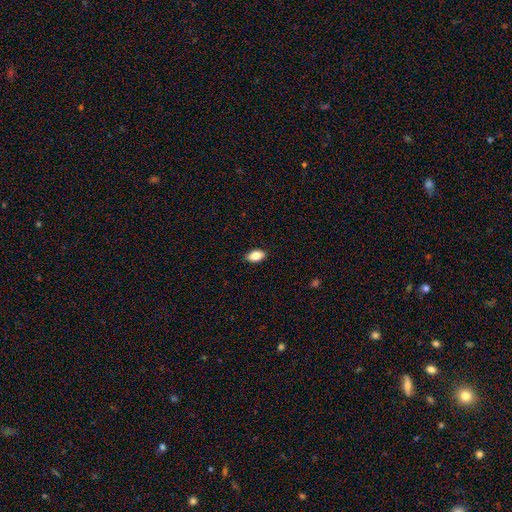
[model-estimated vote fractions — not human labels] smooth 85%, star or artifact 8%, featured or disk 8%. Down the decision tree: how rounded — in between (92%); merging — none (89%).